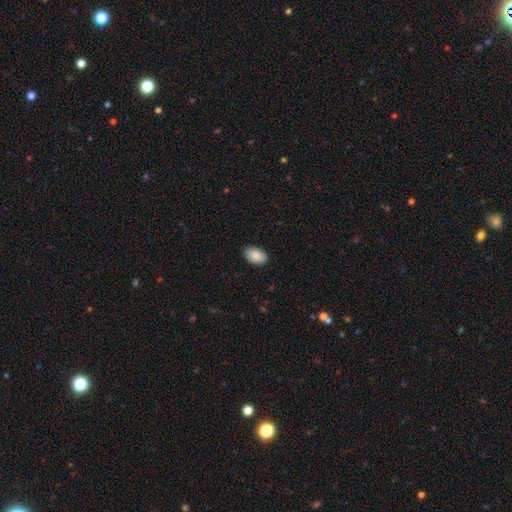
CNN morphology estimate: Smooth or featured: smooth — 88% (star or artifact — 6%)
How rounded: in between — 90% (round — 9%)
Merging: none — 88% (minor disturbance — 9%)